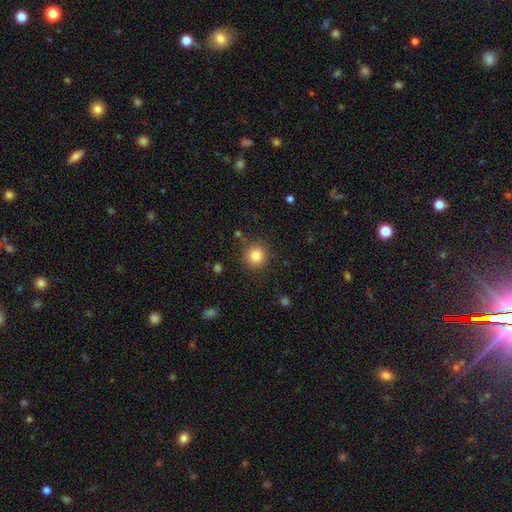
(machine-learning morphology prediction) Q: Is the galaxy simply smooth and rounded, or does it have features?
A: smooth — 83%.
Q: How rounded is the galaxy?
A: round — 93%.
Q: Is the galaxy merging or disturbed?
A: none — 87%.